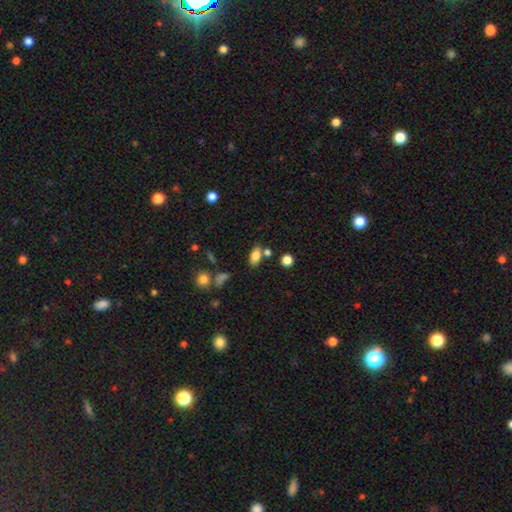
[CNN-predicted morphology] type=smooth (80%); roundness=in between (86%); merging=none (66%).